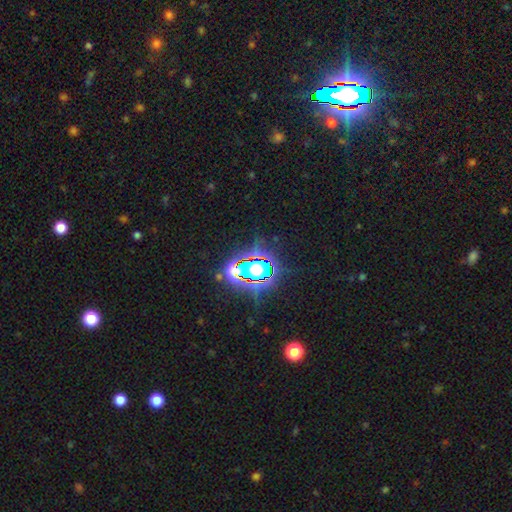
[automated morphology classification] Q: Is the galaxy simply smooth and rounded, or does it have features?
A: star or artifact — 79%.